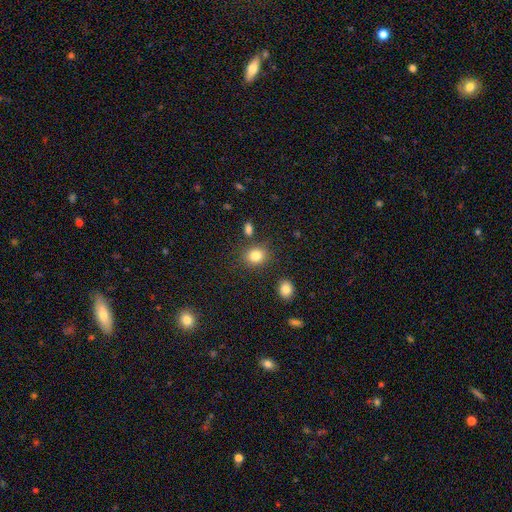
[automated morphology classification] Overall: smooth (83%). How rounded: round (69%; in between 30%). Merging: none (82%).